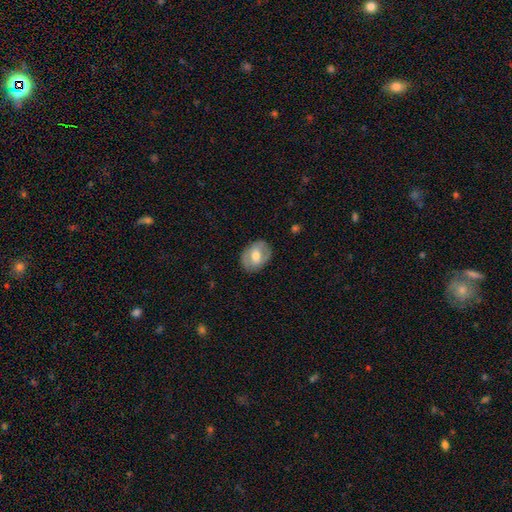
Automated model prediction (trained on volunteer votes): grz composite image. It shows a smooth galaxy with no disk features (49%). Merging: none (82%).